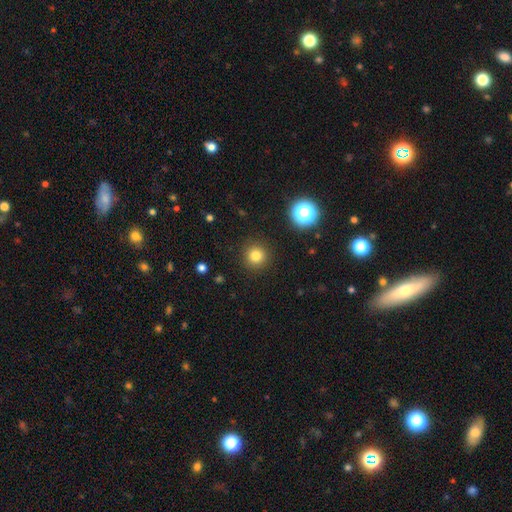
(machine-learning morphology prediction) This appears to be a smooth galaxy with no disk features (80%) that is round (94%). Merging: none (91%).